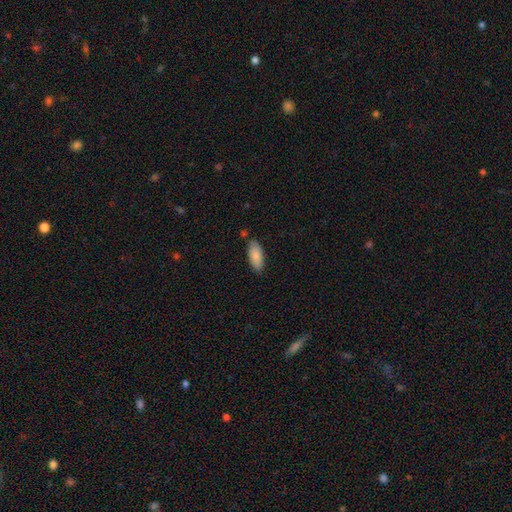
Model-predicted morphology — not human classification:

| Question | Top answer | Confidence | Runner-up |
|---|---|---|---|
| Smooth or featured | smooth | 87% | featured or disk (7%) |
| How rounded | in between | 83% | cigar-shaped (15%) |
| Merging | none | 81% | minor disturbance (13%) |